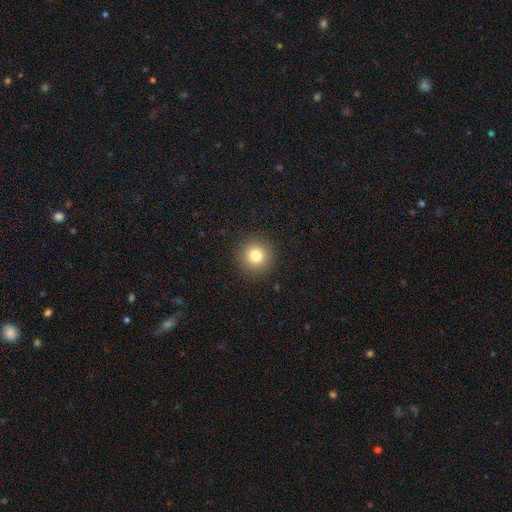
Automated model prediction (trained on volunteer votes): Smooth or featured? Predicted: smooth (p=0.79). How rounded? Predicted: round (p=0.96). Merging? Predicted: none (p=0.92).